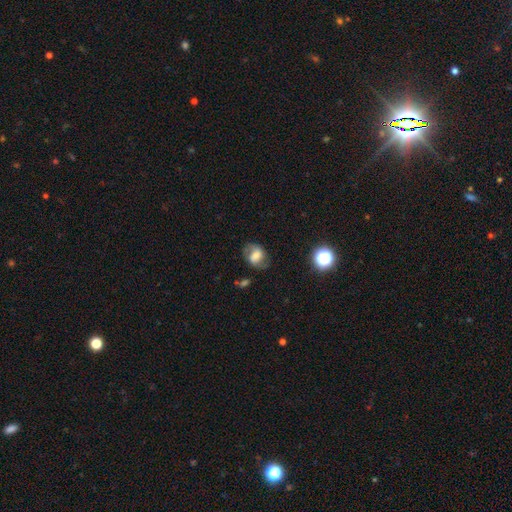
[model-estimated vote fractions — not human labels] Q: Smooth or featured?
A: featured or disk (47%); runner-up: smooth (43%)
Q: Merging?
A: none (68%); runner-up: minor disturbance (20%)